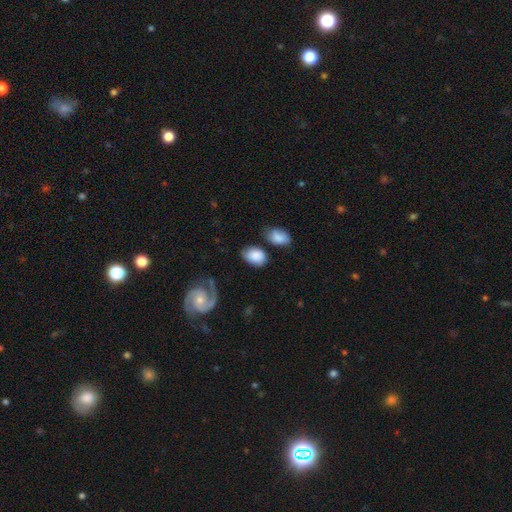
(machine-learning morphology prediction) The model was most divided on "merging": none: 61%, minor disturbance: 20%, merger: 10%, major disturbance: 8%. More confident: how rounded — in between (80%); smooth or featured — smooth (79%).